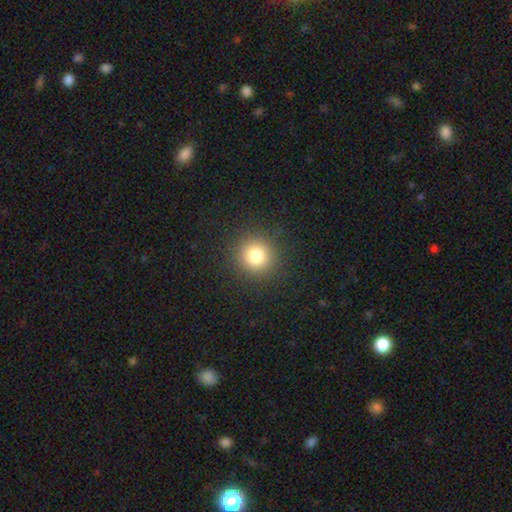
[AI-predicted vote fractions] A smooth galaxy with no disk features (80%) that is round (93%).

Vote fractions:
- Smooth or featured? smooth: 80% / star or artifact: 14% / featured or disk: 7%
- How rounded? round: 93% / in between: 6% / cigar-shaped: 1%
- Merging? none: 91% / minor disturbance: 6% / major disturbance: 3% / merger: 1%